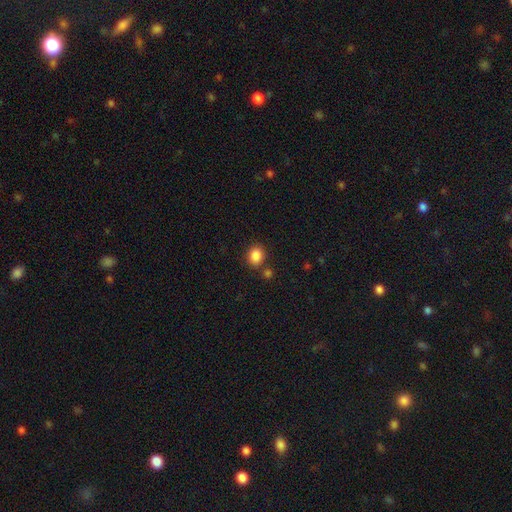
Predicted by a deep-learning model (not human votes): Smooth or featured?
  - smooth: 87% *
  - star or artifact: 10%
  - featured or disk: 4%
How rounded?
  - round: 56% *
  - in between: 43%
  - cigar-shaped: 1%
Merging?
  - none: 77% *
  - minor disturbance: 10%
  - merger: 10%
  - major disturbance: 3%